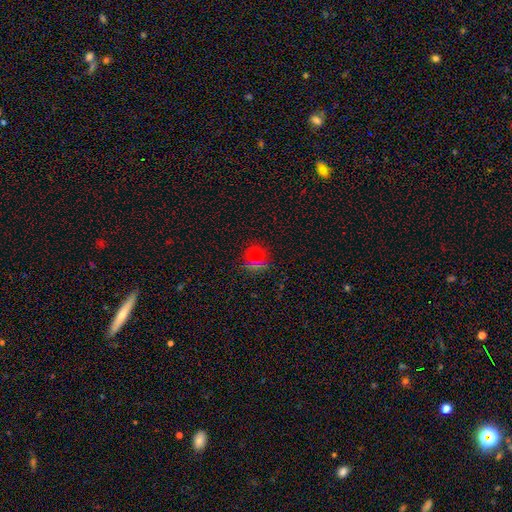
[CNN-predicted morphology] Q: Smooth or featured?
A: smooth (65%); runner-up: star or artifact (26%)
Q: How rounded?
A: round (91%); runner-up: in between (8%)
Q: Merging?
A: none (80%); runner-up: minor disturbance (10%)